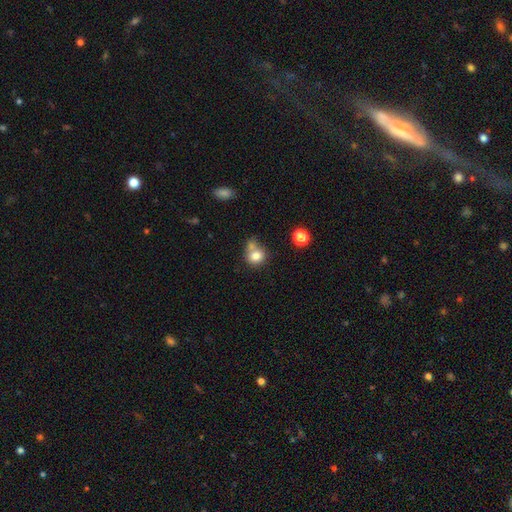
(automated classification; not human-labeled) Smooth or featured? smooth (79%)
How rounded? round (76%)
Merging? none (43%)